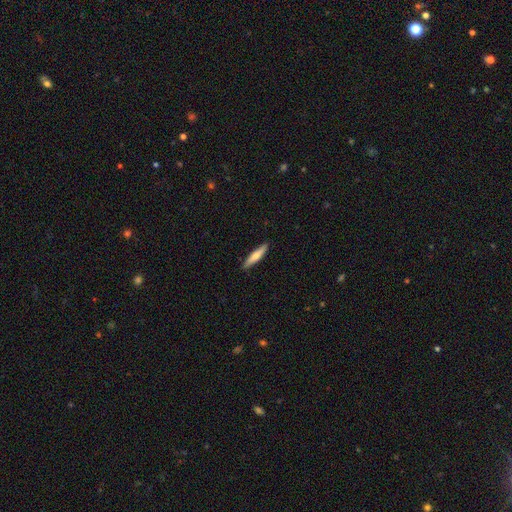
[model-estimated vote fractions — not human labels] smooth-or-featured: smooth: 63% | featured or disk: 32% | star or artifact: 5%
  how-rounded: cigar-shaped: 86% | in between: 12% | round: 1%
  merging: none: 90% | minor disturbance: 8% | major disturbance: 1% | merger: 1%